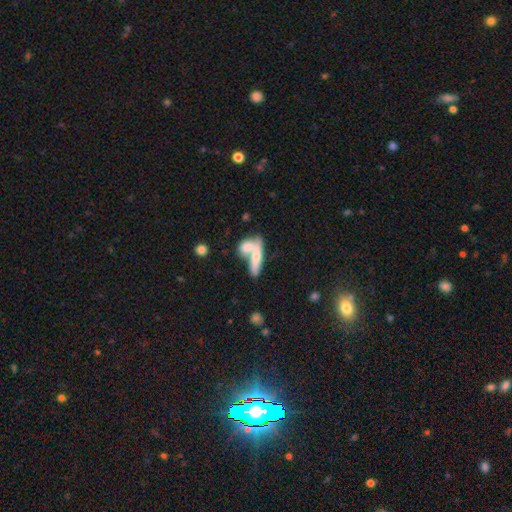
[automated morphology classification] smooth-or-featured: smooth: 62% | featured or disk: 31% | star or artifact: 7%
  how-rounded: cigar-shaped: 56% | in between: 39% | round: 5%
  merging: merger: 56% | none: 30% | minor disturbance: 9% | major disturbance: 5%